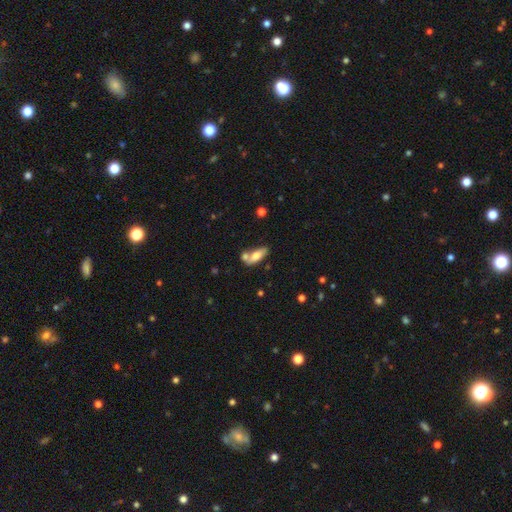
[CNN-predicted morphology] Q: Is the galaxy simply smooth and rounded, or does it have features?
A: smooth — 67%.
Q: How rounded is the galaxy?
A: in between — 71%.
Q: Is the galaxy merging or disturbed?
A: none — 46%.